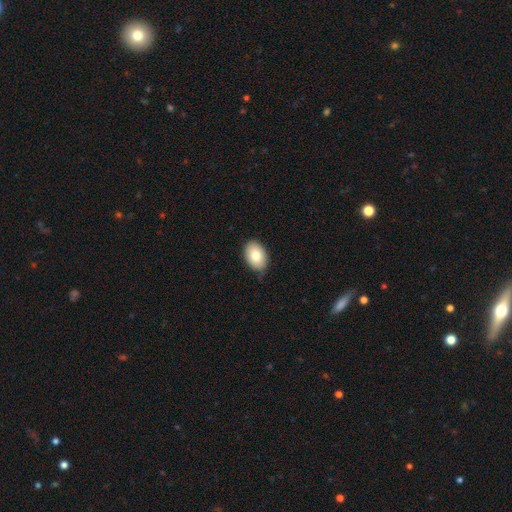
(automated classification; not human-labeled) Q: Smooth or featured?
A: smooth (84%); runner-up: featured or disk (9%)
Q: How rounded?
A: in between (86%); runner-up: round (13%)
Q: Merging?
A: none (81%); runner-up: minor disturbance (16%)